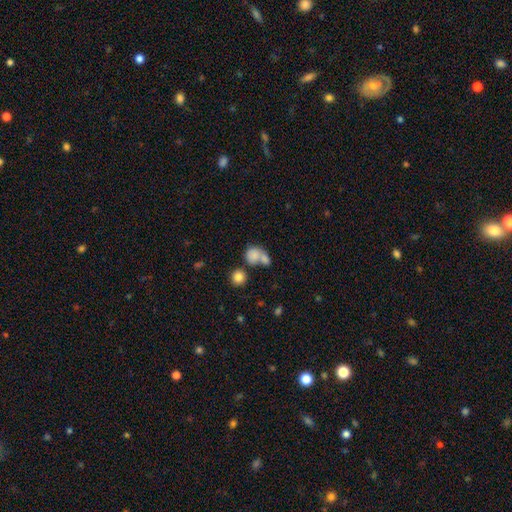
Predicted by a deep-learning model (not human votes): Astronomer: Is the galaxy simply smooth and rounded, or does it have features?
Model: smooth — 78%.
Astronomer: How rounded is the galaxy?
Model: round — 60% (runner-up: in between, 38%).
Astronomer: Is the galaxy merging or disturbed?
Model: merger — 54% (runner-up: none, 30%).